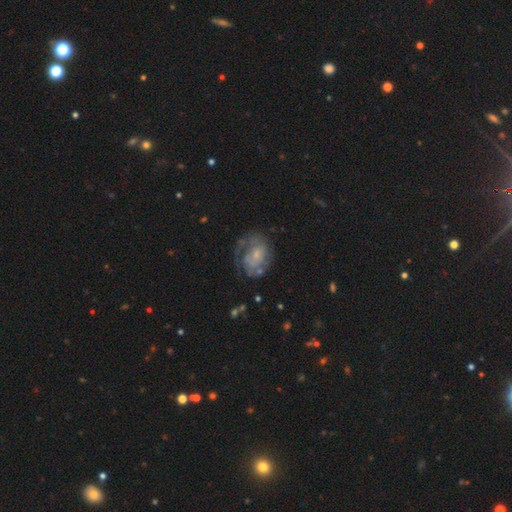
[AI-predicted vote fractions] This appears to be a featured or disk galaxy (63%) with no bar (72%), spiral arms (65%) and a small central bulge (54%). Merging: none (46%).